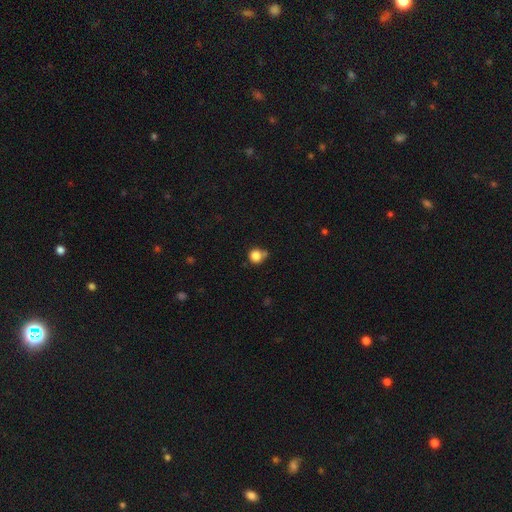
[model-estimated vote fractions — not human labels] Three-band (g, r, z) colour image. It shows a smooth galaxy with no disk features (83%) that is round (91%). Merging: none (62%).